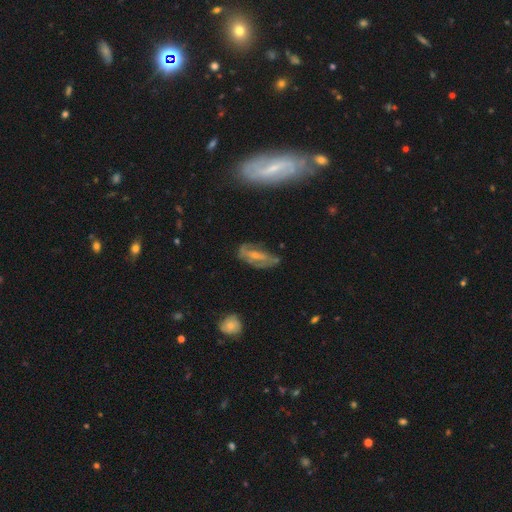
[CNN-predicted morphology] The model was most divided on "bar": weak: 41%, no: 38%, strong: 21%. More confident: edge-on disk — no (87%); spiral arms — yes (68%); smooth or featured — featured or disk (63%); merging — none (59%); bulge size — small (52%).